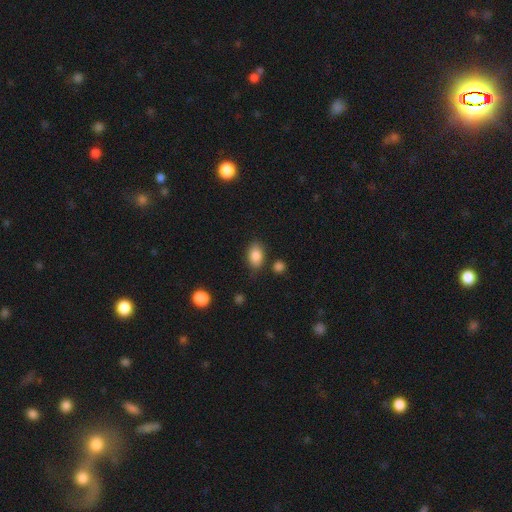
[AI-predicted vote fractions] This is clearly a smooth galaxy (86%). How rounded: clearly in between (85%). Merging: likely none (77%).